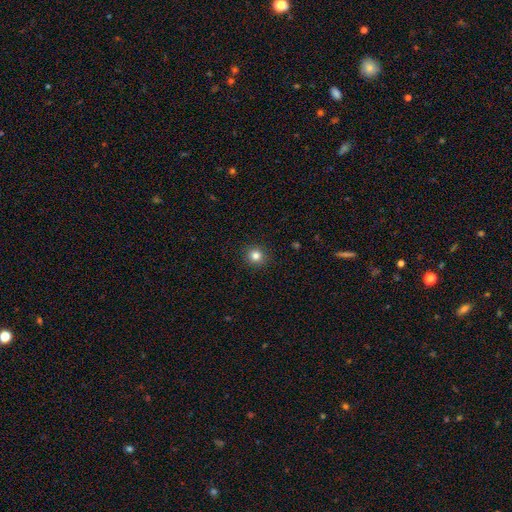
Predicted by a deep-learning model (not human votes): A smooth galaxy with no disk features (83%) that is round (91%). Merging: none (91%).